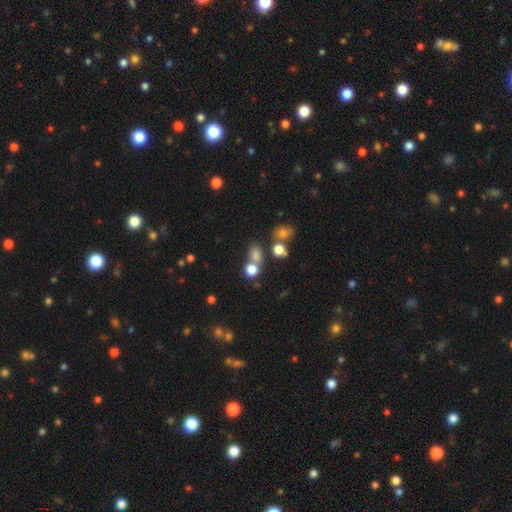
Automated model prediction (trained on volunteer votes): Smooth or featured: smooth — 74% (star or artifact — 18%)
How rounded: round — 64% (in between — 35%)
Merging: none — 51% (merger — 33%)